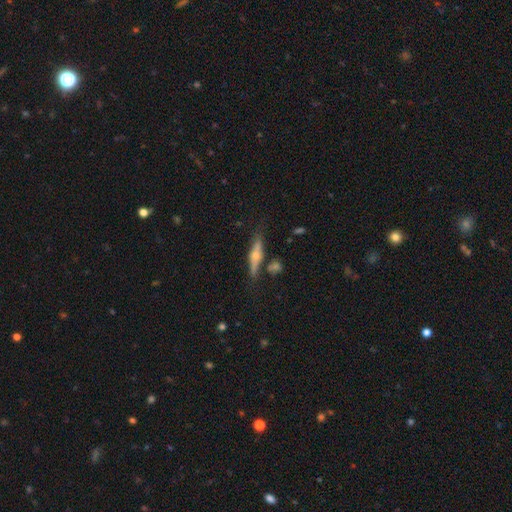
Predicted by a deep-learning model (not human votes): Smooth or featured: featured or disk — 56% (smooth — 37%)
Edge-on disk: yes — 92% (no — 8%)
Edge-on bulge: rounded — 89% (none — 6%)
Merging: none — 73% (minor disturbance — 15%)